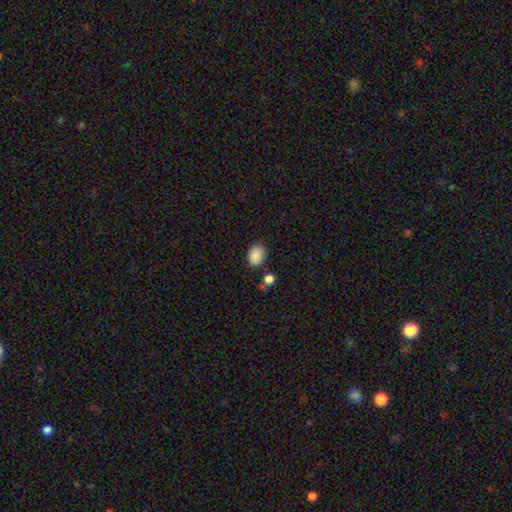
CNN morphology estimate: A smooth galaxy with no disk features (88%) that is in between round and cigar-shaped (67%).

Vote fractions:
- Smooth or featured? smooth: 88% / star or artifact: 8% / featured or disk: 4%
- How rounded? in between: 67% / round: 32% / cigar-shaped: 1%
- Merging? none: 79% / minor disturbance: 14% / merger: 4% / major disturbance: 3%